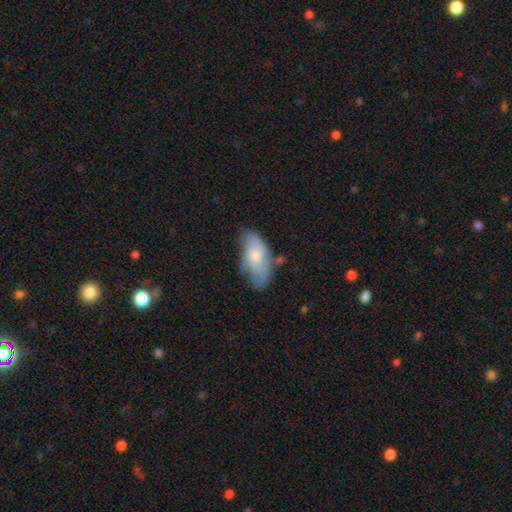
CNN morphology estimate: type=smooth (63%); roundness=in between (93%); merging=none (40%).